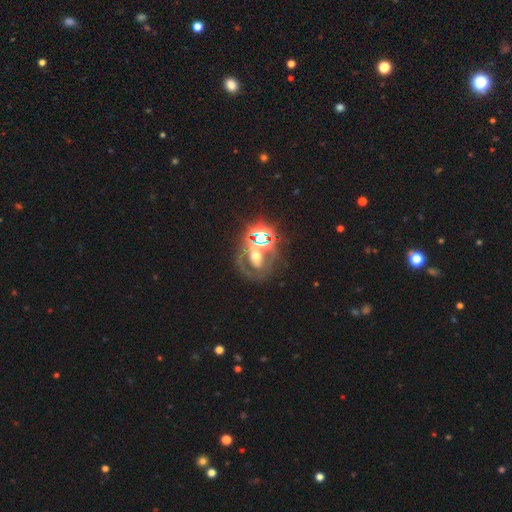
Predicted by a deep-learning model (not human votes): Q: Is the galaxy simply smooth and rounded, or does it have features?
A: featured or disk — 47%.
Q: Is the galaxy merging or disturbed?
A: none — 53%.